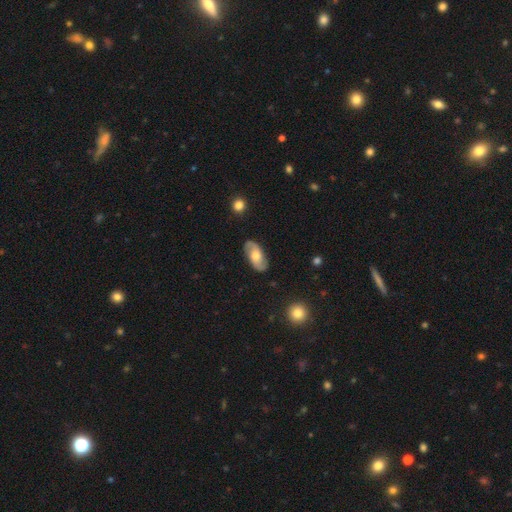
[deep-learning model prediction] featured or disk 56%, smooth 38%, star or artifact 6%. Down the decision tree: edge-on disk — no (91%); bar — no (65%); spiral arms — yes (83%); bulge size — moderate (69%); merging — none (83%).